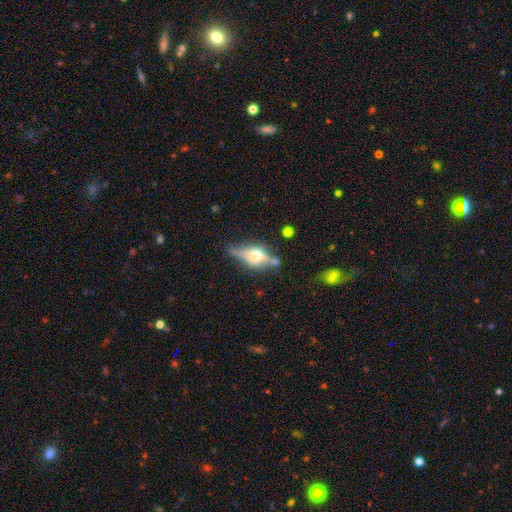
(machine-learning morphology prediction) Q: Smooth or featured?
A: featured or disk (68%); runner-up: smooth (24%)
Q: Edge-on disk?
A: yes (89%); runner-up: no (11%)
Q: Edge-on bulge?
A: rounded (92%); runner-up: boxy (6%)
Q: Merging?
A: none (67%); runner-up: minor disturbance (19%)